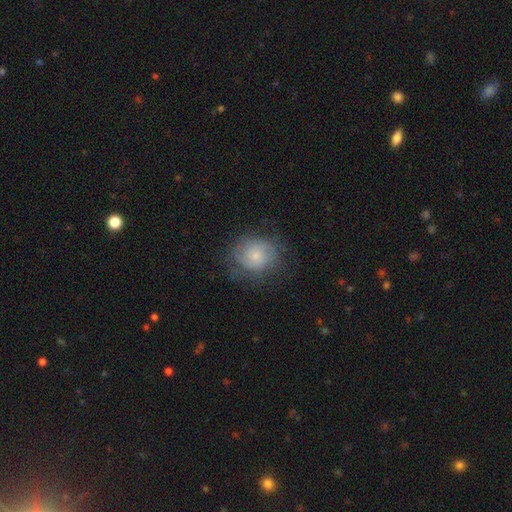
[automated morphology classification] This appears to be a featured or disk galaxy (46%). Merging: none (63%).